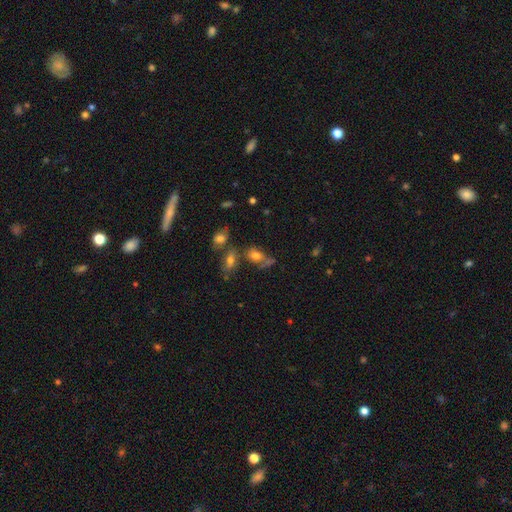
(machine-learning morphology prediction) This appears to be a smooth galaxy with no disk features (68%) that is in between round and cigar-shaped (74%). Merging: none (39%).